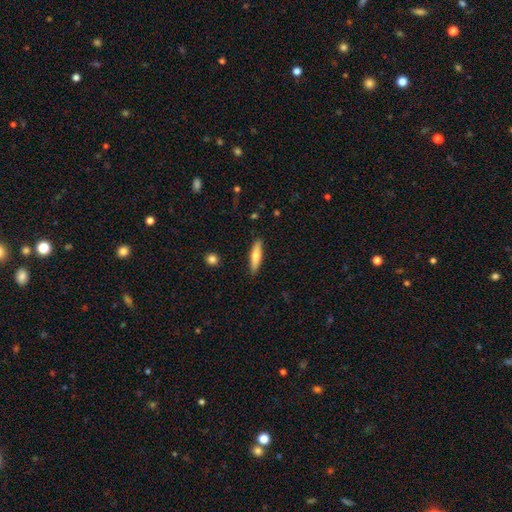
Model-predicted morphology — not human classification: A smooth galaxy with no disk features (63%) that is cigar-shaped (79%). Merging: none (89%).